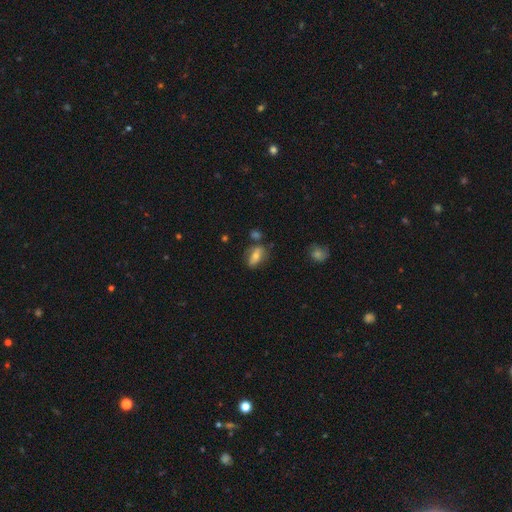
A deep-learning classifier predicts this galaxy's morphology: This is possibly a smooth galaxy (60%). How rounded: clearly in between (83%). Merging: likely none (64%).